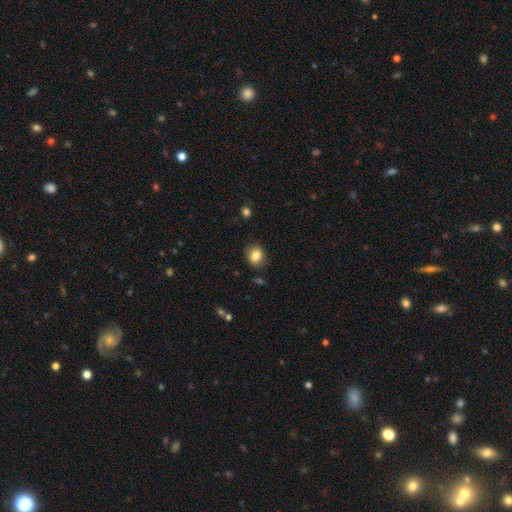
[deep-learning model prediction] Overall: smooth (83%). How rounded: round (57%; in between 42%). Merging: none (80%).